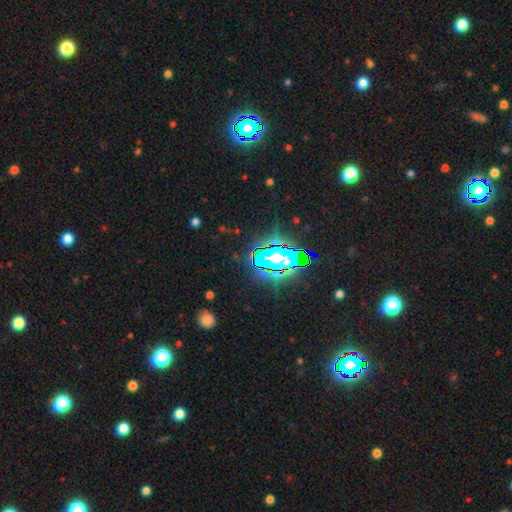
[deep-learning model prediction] Smooth or featured? Predicted: star or artifact (p=0.70).